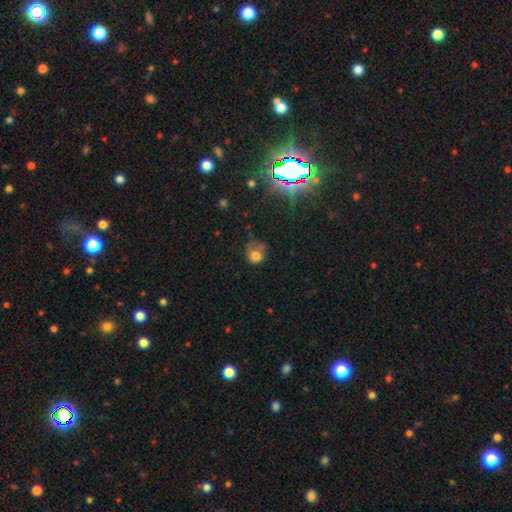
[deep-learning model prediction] Q: Smooth or featured?
A: smooth (73%); runner-up: star or artifact (14%)
Q: How rounded?
A: round (73%); runner-up: in between (26%)
Q: Merging?
A: none (41%); runner-up: minor disturbance (32%)